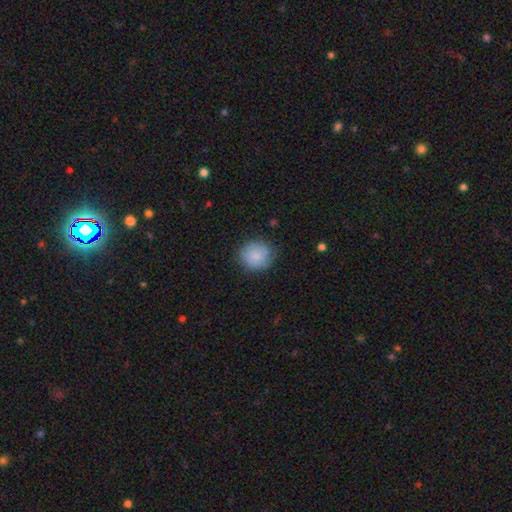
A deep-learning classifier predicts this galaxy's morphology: Smooth or featured? Predicted: smooth (p=0.82). How rounded? Predicted: round (p=0.87). Merging? Predicted: none (p=0.77).